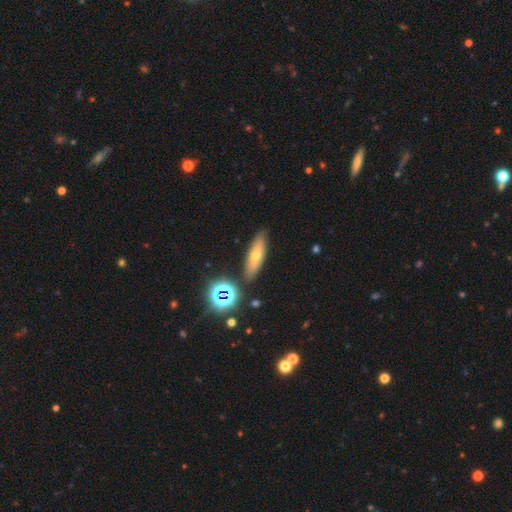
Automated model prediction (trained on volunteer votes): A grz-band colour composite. It shows a smooth galaxy with no disk features (54%) that is cigar-shaped (49%). Merging: none (85%).